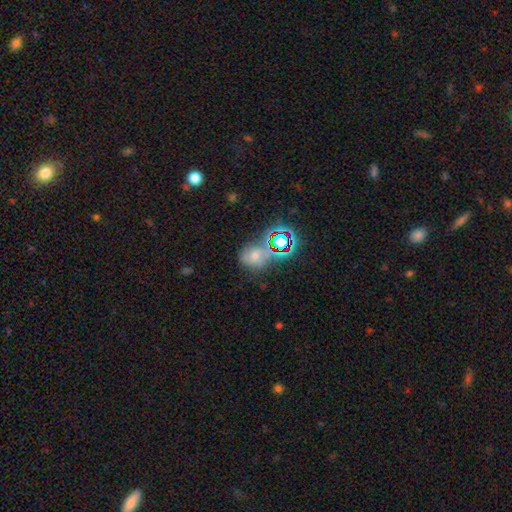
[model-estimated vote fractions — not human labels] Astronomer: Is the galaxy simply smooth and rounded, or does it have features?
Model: star or artifact — 43% (runner-up: smooth, 32%).